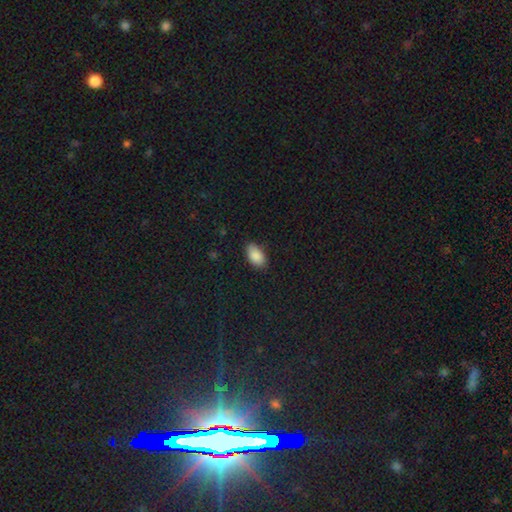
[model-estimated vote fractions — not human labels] Smooth or featured: smooth — 88% (star or artifact — 7%)
How rounded: in between — 94% (round — 4%)
Merging: none — 82% (minor disturbance — 14%)